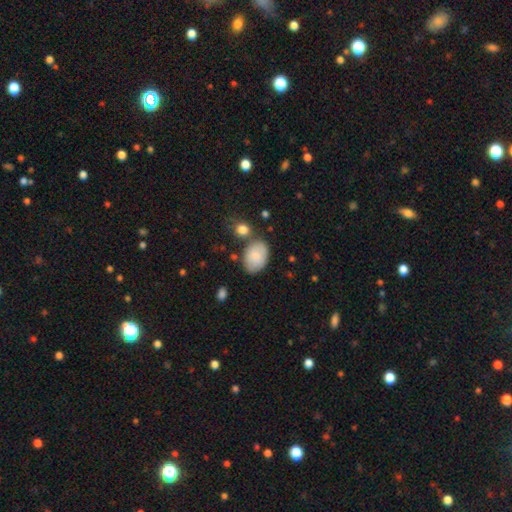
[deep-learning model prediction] This appears to be a smooth galaxy with no disk features (82%) that is in between round and cigar-shaped (84%). Merging: none (67%).